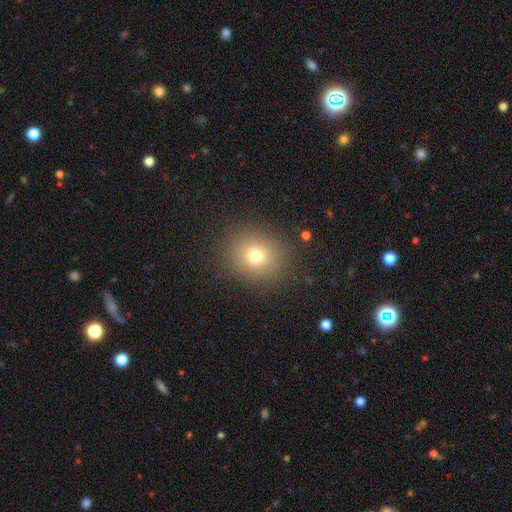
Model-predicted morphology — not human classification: smooth 73%, star or artifact 16%, featured or disk 11%. Down the decision tree: how rounded — round (74%); merging — none (87%).